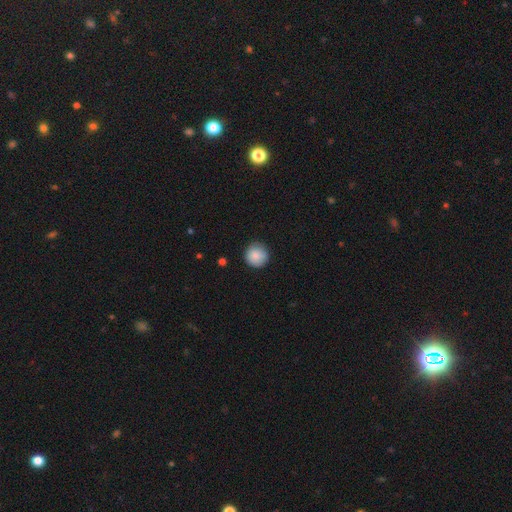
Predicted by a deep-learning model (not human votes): Smooth or featured? smooth (87%)
How rounded? round (95%)
Merging? none (87%)